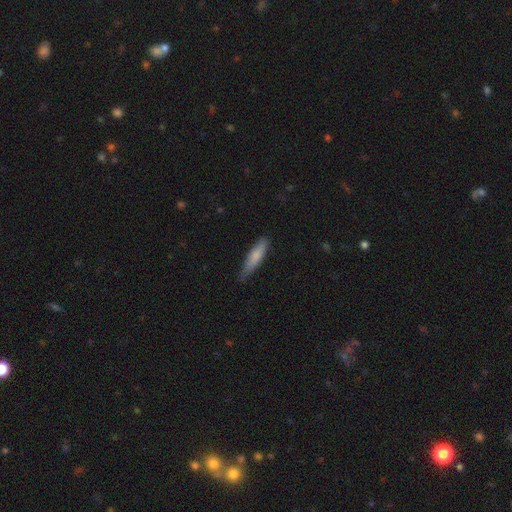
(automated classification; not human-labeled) Morphology: type=smooth (77%); roundness=cigar-shaped (75%); merging=none (67%).